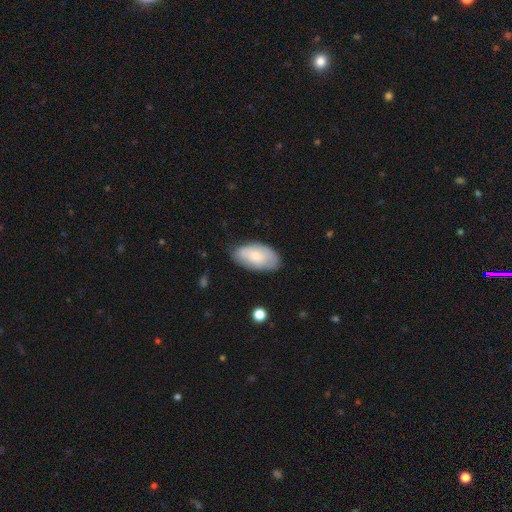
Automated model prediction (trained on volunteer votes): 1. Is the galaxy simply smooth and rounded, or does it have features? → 67% smooth, 27% featured or disk, 6% star or artifact.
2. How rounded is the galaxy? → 94% in between, 4% round, 2% cigar-shaped.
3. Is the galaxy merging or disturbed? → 73% none, 21% minor disturbance, 4% major disturbance, 1% merger.